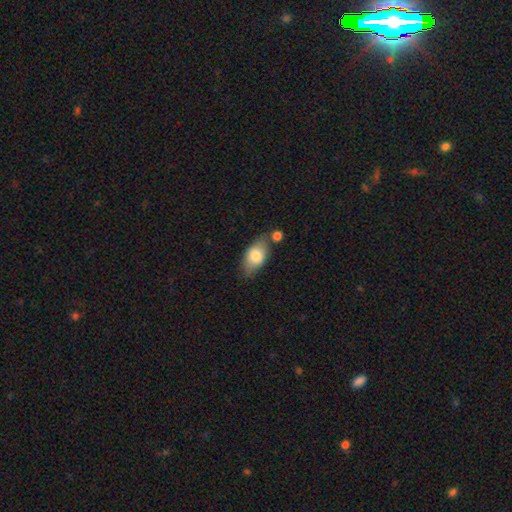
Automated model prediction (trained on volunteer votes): Overall: smooth (76%). How rounded: in between (88%). Merging: none (62%).